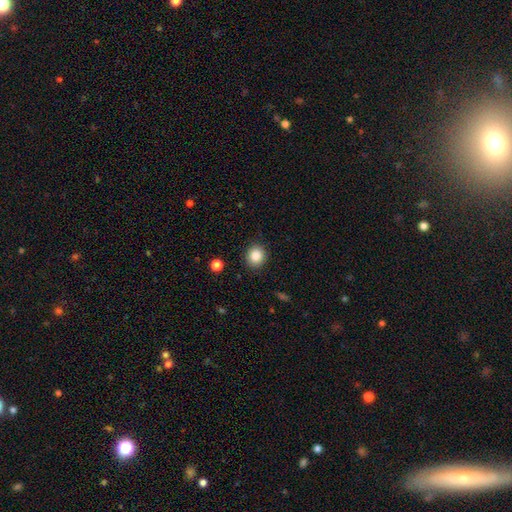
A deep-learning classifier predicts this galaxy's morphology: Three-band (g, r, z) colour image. It shows a smooth galaxy with no disk features (85%) that is round (81%). Merging: none (89%).